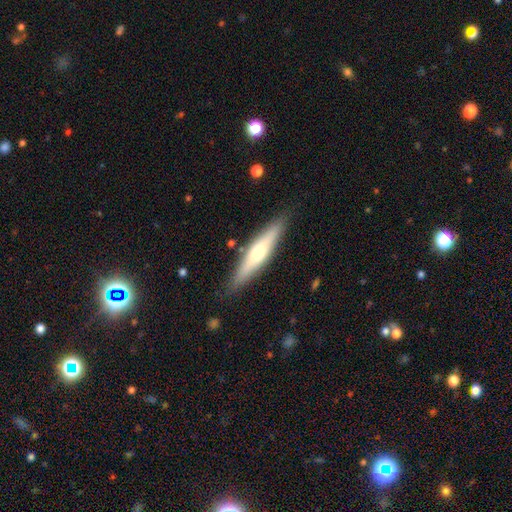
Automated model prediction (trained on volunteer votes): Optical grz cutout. It shows a featured or disk galaxy (51%) viewed edge-on (92%). Merging: none (87%).